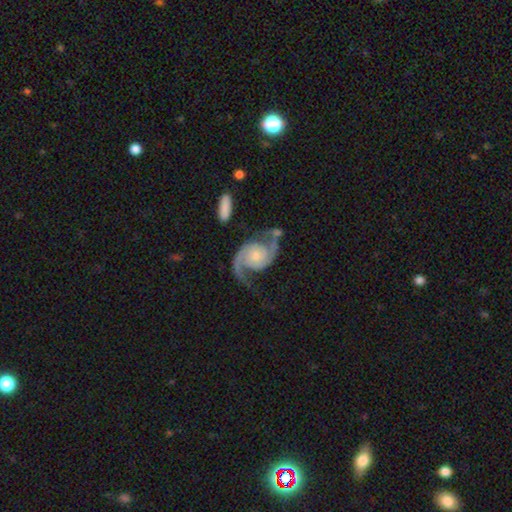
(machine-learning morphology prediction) smooth_or_featured: featured or disk (p=0.93) [alt: star or artifact p=0.04]
disk_edge_on: no (p=0.98) [alt: yes p=0.02]
bar: no (p=0.72) [alt: weak p=0.21]
has_spiral_arms: yes (p=0.98) [alt: no p=0.02]
spiral_winding: medium (p=0.55) [alt: loose p=0.24]
spiral_arm_count: 2 (p=0.94) [alt: can't tell p=0.01]
bulge_size: small (p=0.59) [alt: moderate p=0.33]
merging: none (p=0.69) [alt: minor disturbance p=0.17]